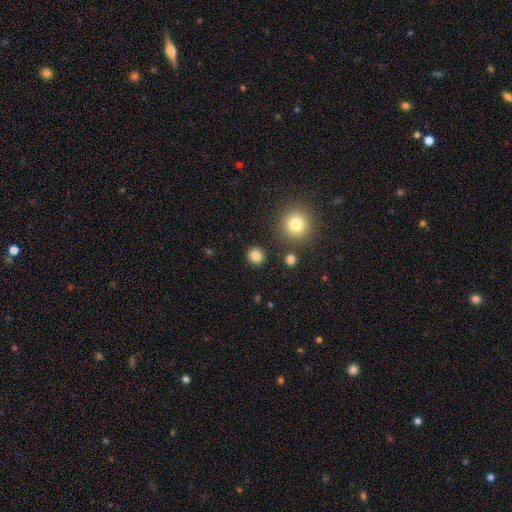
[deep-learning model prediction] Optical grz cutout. It shows a smooth galaxy with no disk features (83%) that is round (88%). Merging: none (89%).